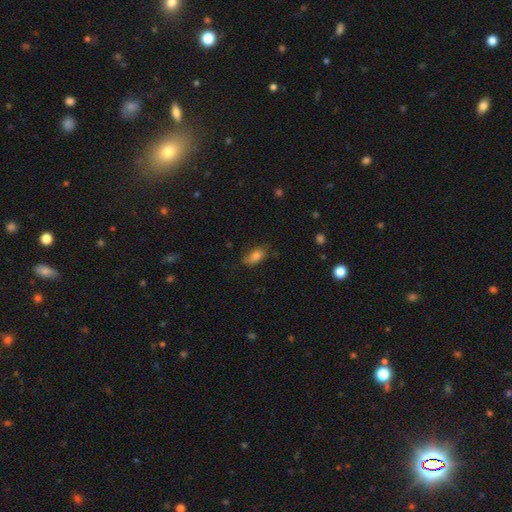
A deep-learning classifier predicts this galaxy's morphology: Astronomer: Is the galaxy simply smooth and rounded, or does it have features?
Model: smooth — 79%.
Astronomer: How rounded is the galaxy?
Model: in between — 87%.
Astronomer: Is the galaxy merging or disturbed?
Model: none — 69%.